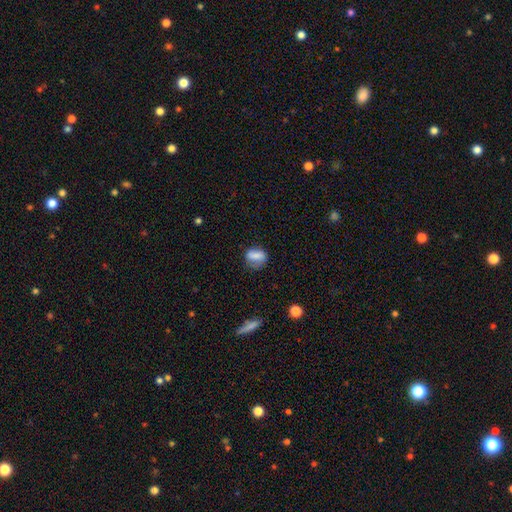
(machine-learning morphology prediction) This is likely a smooth galaxy (75%). How rounded: likely in between (64%). Merging: likely none (60%).